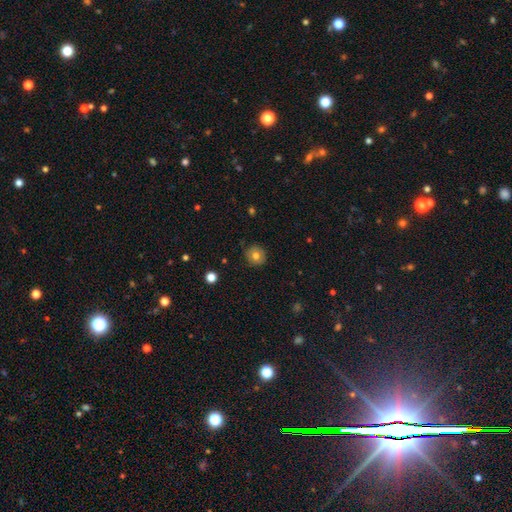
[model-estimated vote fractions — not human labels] This is likely a smooth galaxy (76%). How rounded: clearly round (91%). Merging: clearly none (88%).